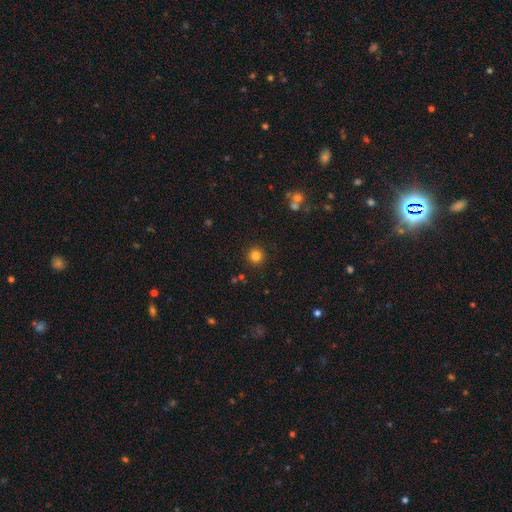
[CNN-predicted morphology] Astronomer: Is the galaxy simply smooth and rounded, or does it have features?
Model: smooth — 82%.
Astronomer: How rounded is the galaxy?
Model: round — 95%.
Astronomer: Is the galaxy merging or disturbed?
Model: none — 91%.